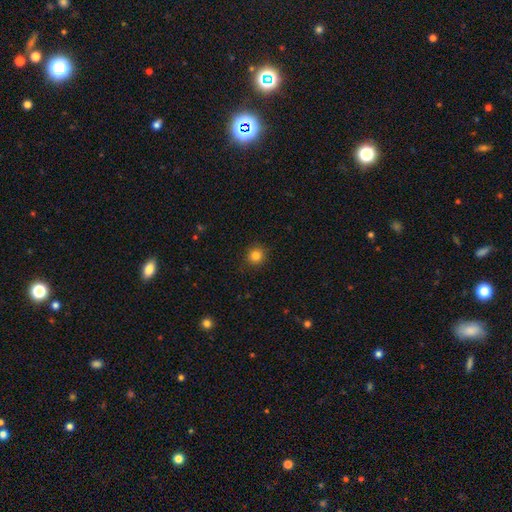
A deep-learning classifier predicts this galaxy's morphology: Smooth or featured? Predicted: smooth (p=0.83). How rounded? Predicted: round (p=0.90). Merging? Predicted: none (p=0.90).